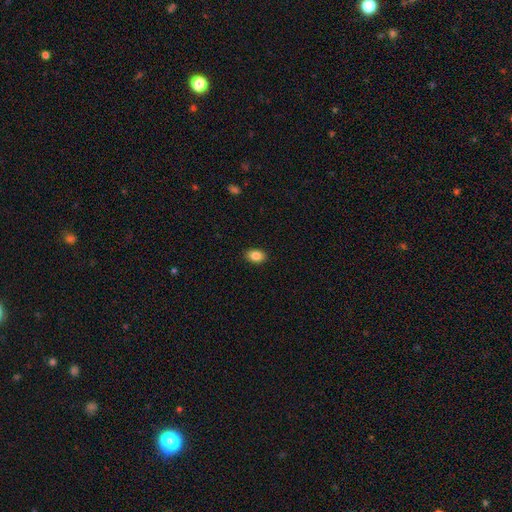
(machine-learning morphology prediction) Q: Smooth or featured?
A: smooth (87%); runner-up: star or artifact (8%)
Q: How rounded?
A: in between (81%); runner-up: round (18%)
Q: Merging?
A: none (90%); runner-up: minor disturbance (7%)